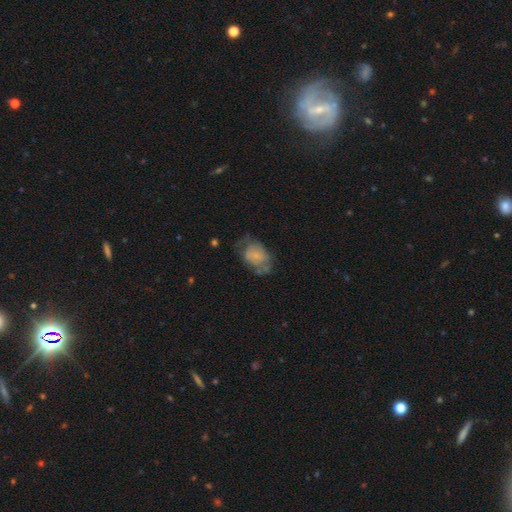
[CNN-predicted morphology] Smooth or featured? smooth (56%)
How rounded? in between (78%)
Merging? none (42%)